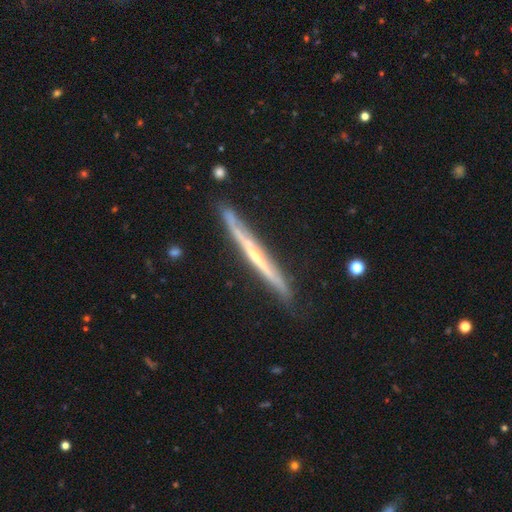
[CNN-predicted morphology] The model was most divided on "edge-on bulge": rounded: 49%, none: 47%, boxy: 4%. More confident: edge-on disk — yes (96%); merging — none (83%); smooth or featured — featured or disk (78%).